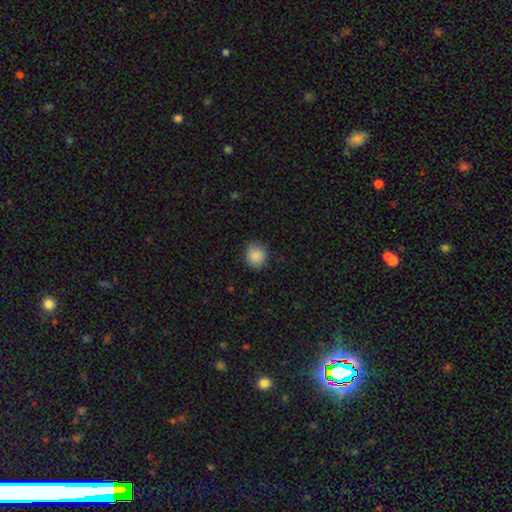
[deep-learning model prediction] A smooth galaxy with no disk features (88%) that is round (89%).

Vote fractions:
- Smooth or featured? smooth: 88% / star or artifact: 8% / featured or disk: 3%
- How rounded? round: 89% / in between: 10% / cigar-shaped: 1%
- Merging? none: 86% / minor disturbance: 10% / major disturbance: 2% / merger: 1%